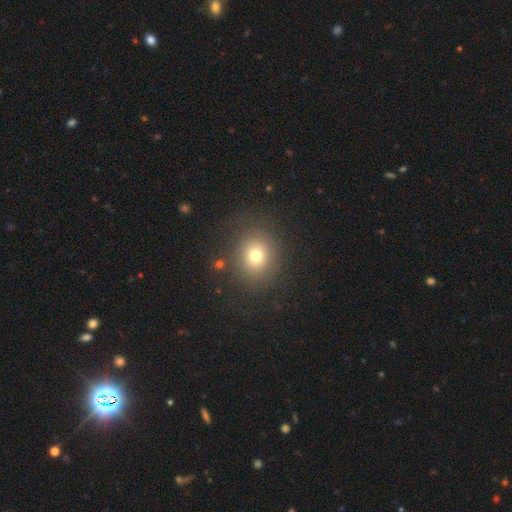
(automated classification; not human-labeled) Smooth or featured? Predicted: smooth (p=0.73). How rounded? Predicted: round (p=0.77). Merging? Predicted: none (p=0.81).